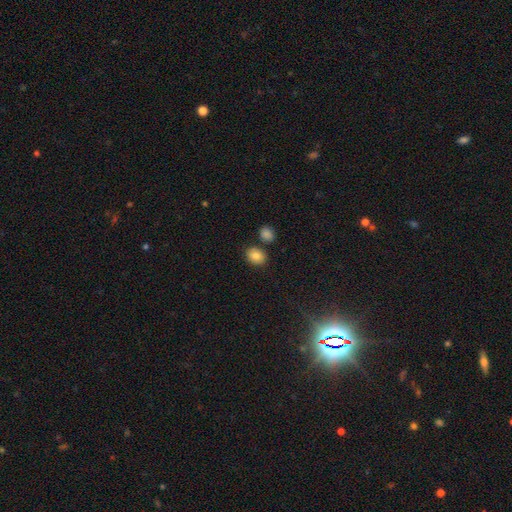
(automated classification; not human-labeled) Smooth or featured? smooth (85%)
How rounded? in between (52%)
Merging? none (78%)